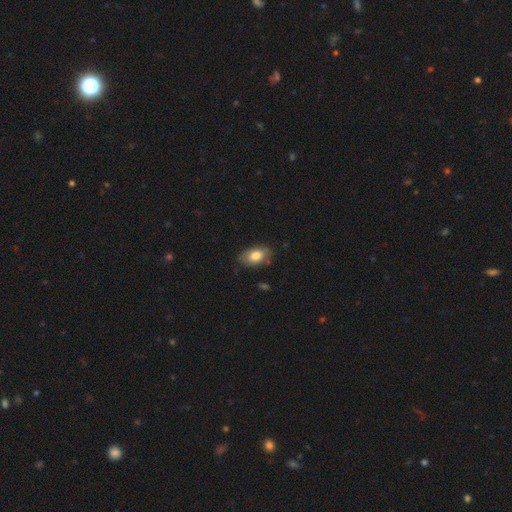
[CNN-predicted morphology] This appears to be a smooth galaxy with no disk features (79%) that is in between round and cigar-shaped (90%). Merging: none (76%).